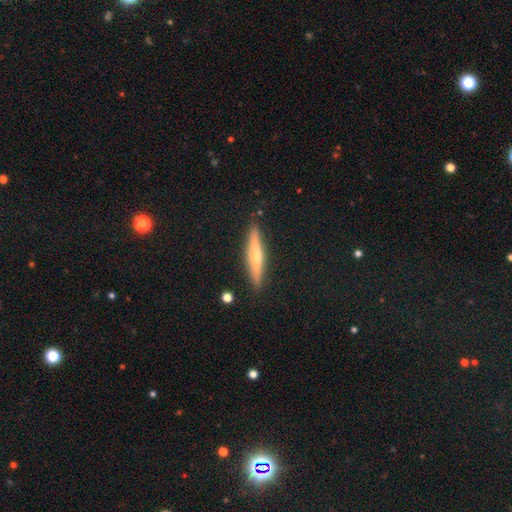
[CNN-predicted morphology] A featured or disk galaxy (53%) viewed edge-on (95%) with a rounded central bulge (73%). Merging: none (89%).